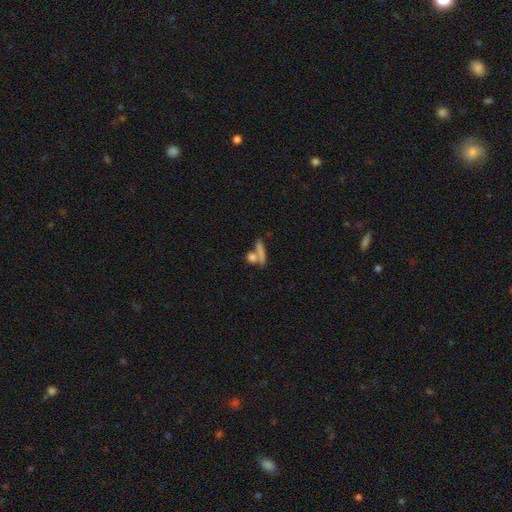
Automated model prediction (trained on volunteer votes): smooth-or-featured: smooth: 72% | featured or disk: 18% | star or artifact: 10%
  how-rounded: cigar-shaped: 40% | round: 31% | in between: 29%
  merging: none: 51% | merger: 35% | minor disturbance: 9% | major disturbance: 5%